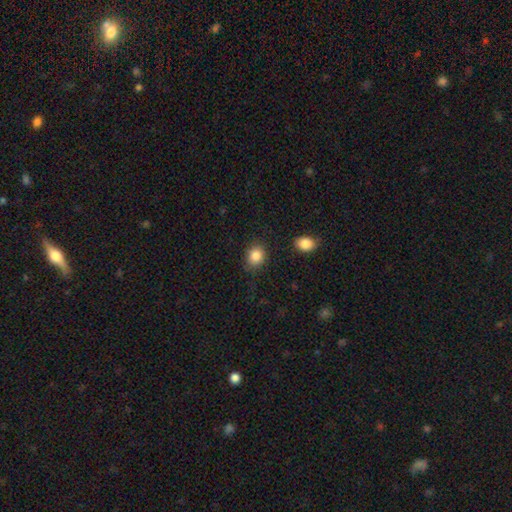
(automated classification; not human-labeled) Smooth or featured? smooth (86%)
How rounded? round (66%)
Merging? none (81%)